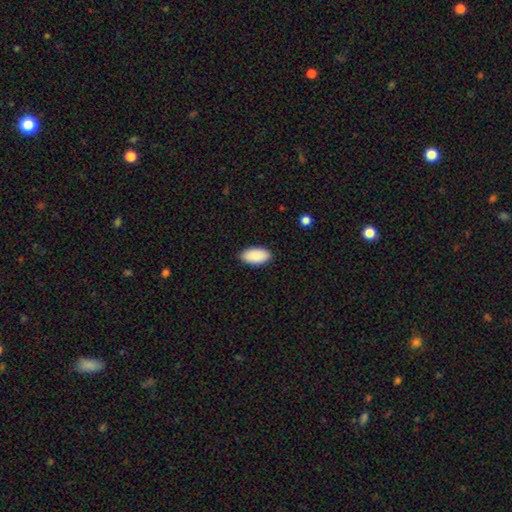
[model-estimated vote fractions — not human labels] This appears to be a smooth galaxy with no disk features (91%) that is in between round and cigar-shaped (96%). Merging: none (89%).